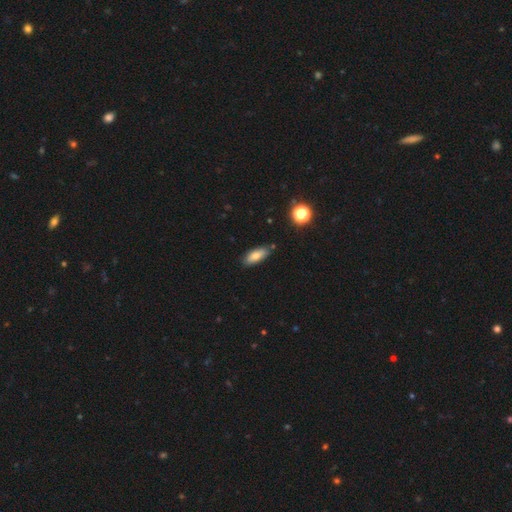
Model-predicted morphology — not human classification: A smooth galaxy with no disk features (79%) that is in between round and cigar-shaped (77%).

Vote fractions:
- Smooth or featured? smooth: 79% / featured or disk: 13% / star or artifact: 8%
- How rounded? in between: 77% / cigar-shaped: 21% / round: 3%
- Merging? none: 80% / minor disturbance: 15% / merger: 3% / major disturbance: 2%